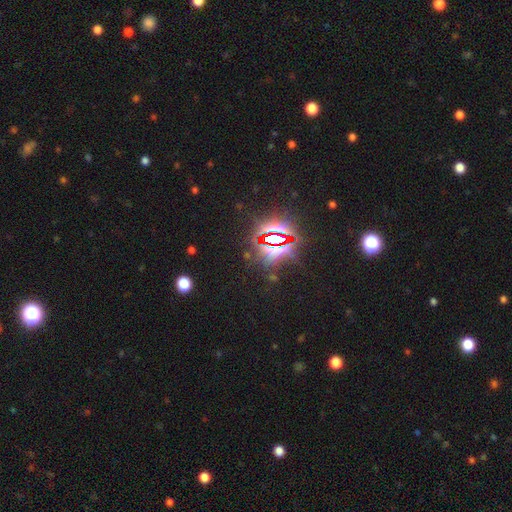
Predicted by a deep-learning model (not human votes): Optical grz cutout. It shows a star or artifact, not a galaxy (85%).